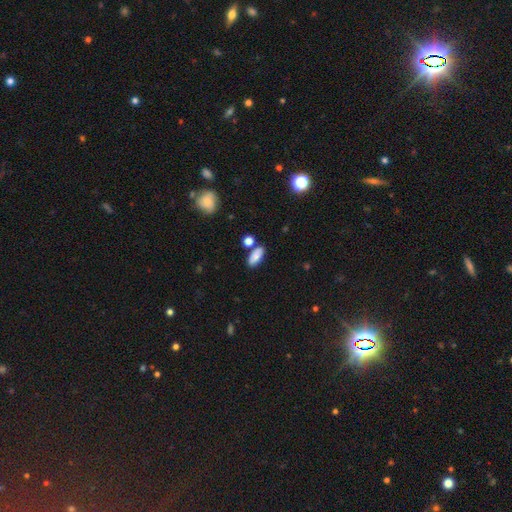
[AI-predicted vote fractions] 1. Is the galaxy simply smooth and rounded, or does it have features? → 83% smooth, 9% featured or disk, 8% star or artifact.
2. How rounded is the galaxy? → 80% in between, 16% cigar-shaped, 4% round.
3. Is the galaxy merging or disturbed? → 73% none, 13% minor disturbance, 11% merger, 3% major disturbance.